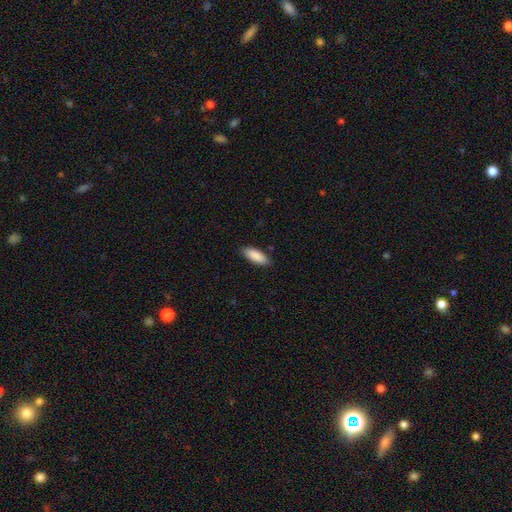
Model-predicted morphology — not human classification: smooth 89%, star or artifact 6%, featured or disk 5%. Down the decision tree: how rounded — in between (71%); merging — none (87%).